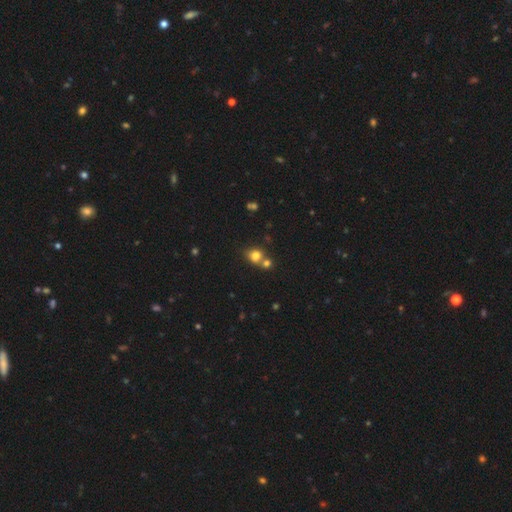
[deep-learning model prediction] Smooth or featured? smooth (77%)
How rounded? round (71%)
Merging? none (45%)